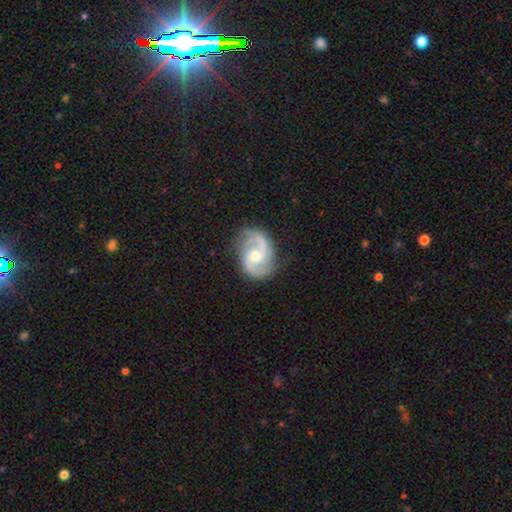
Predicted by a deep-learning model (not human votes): smooth-or-featured: featured or disk: 90% | smooth: 6% | star or artifact: 4%
  disk-edge-on: no: 98% | yes: 2%
    bar: no: 49% | weak: 43% | strong: 8%
    has-spiral-arms: yes: 98% | no: 2%
      spiral-winding: medium: 58% | tight: 23% | loose: 19%
      spiral-arm-count: 2: 92% | can't tell: 3% | 3: 2% | 1: 1% | 4: 1% | more than 4: 1%
    bulge-size: moderate: 65% | small: 29% | large: 4% | none: 1% | dominant: 1%
  merging: none: 80% | minor disturbance: 14% | major disturbance: 4% | merger: 1%